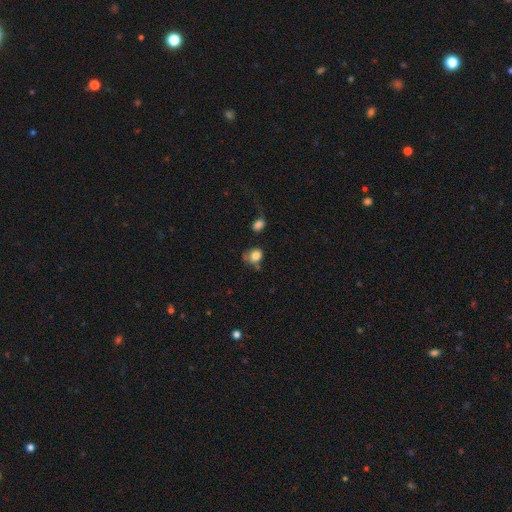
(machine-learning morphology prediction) Smooth or featured? Predicted: smooth (p=0.80). How rounded? Predicted: round (p=0.59). Merging? Predicted: none (p=0.44).